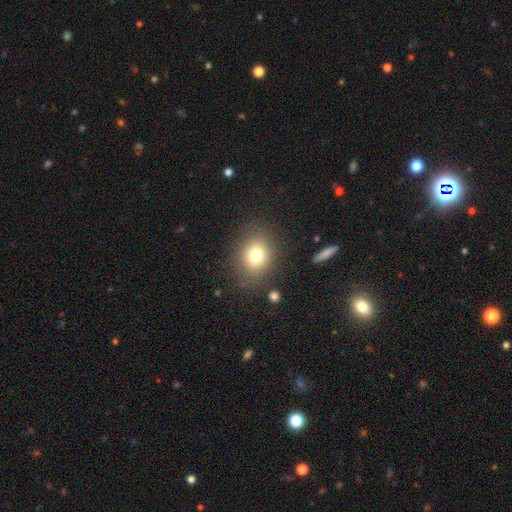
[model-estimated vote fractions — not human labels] Smooth or featured?
  - smooth: 77% *
  - star or artifact: 12%
  - featured or disk: 11%
How rounded?
  - in between: 51% *
  - round: 48%
  - cigar-shaped: 1%
Merging?
  - none: 81% *
  - minor disturbance: 11%
  - major disturbance: 5%
  - merger: 2%